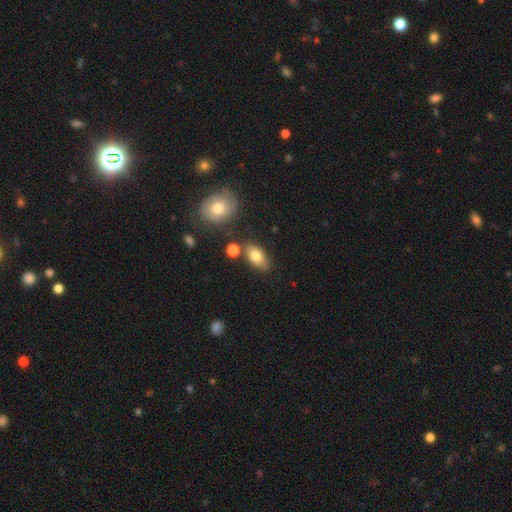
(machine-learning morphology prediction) Q: Smooth or featured?
A: smooth (79%); runner-up: featured or disk (13%)
Q: How rounded?
A: in between (88%); runner-up: round (7%)
Q: Merging?
A: none (74%); runner-up: minor disturbance (14%)